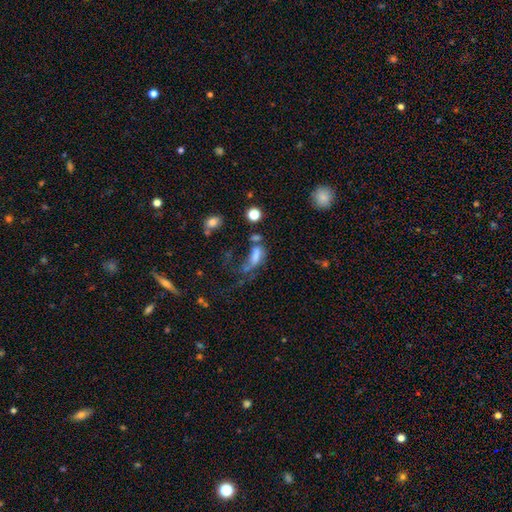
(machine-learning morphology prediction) smooth_or_featured: smooth (p=0.59) [alt: featured or disk p=0.24]
how_rounded: in between (p=0.73) [alt: cigar-shaped p=0.20]
merging: major disturbance (p=0.41) [alt: merger p=0.23]